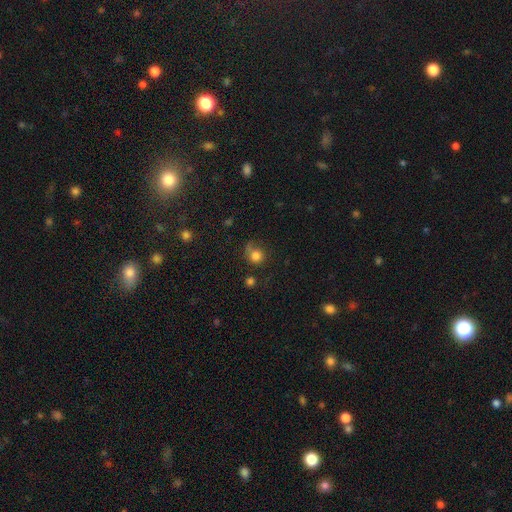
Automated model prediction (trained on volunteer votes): smooth-or-featured: smooth: 80% | star or artifact: 13% | featured or disk: 7%
  how-rounded: round: 87% | in between: 12% | cigar-shaped: 1%
  merging: none: 58% | minor disturbance: 22% | major disturbance: 11% | merger: 8%